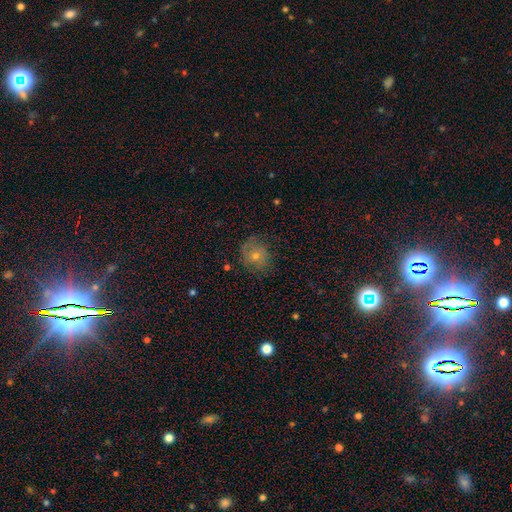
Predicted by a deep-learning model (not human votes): The model was most divided on "smooth or featured": smooth: 41%, featured or disk: 40%, star or artifact: 19%. More confident: merging — none (72%).